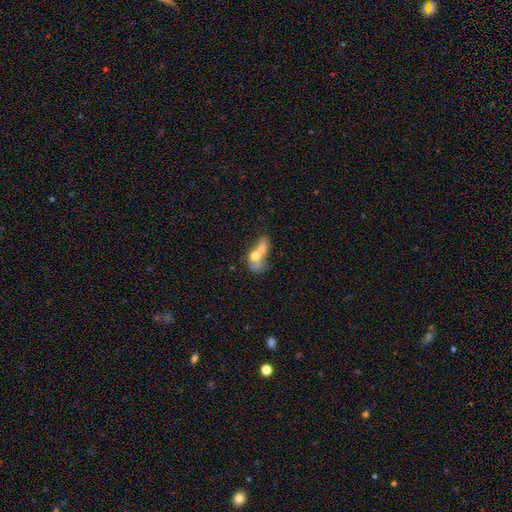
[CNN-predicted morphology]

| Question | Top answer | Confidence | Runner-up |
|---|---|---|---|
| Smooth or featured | smooth | 58% | featured or disk (33%) |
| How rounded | in between | 60% | round (33%) |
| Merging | merger | 75% | none (11%) |